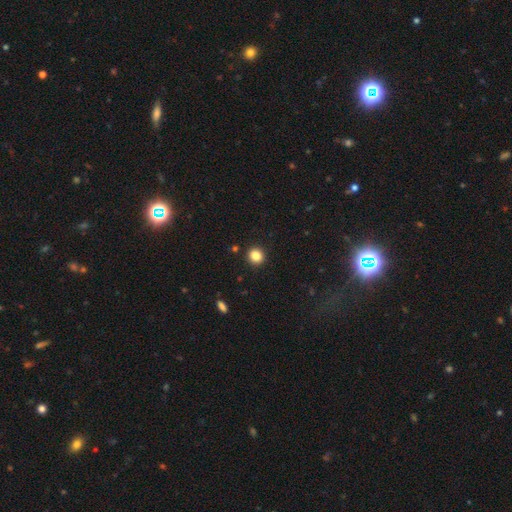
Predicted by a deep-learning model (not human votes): Overall: smooth (85%). How rounded: round (90%). Merging: none (92%).